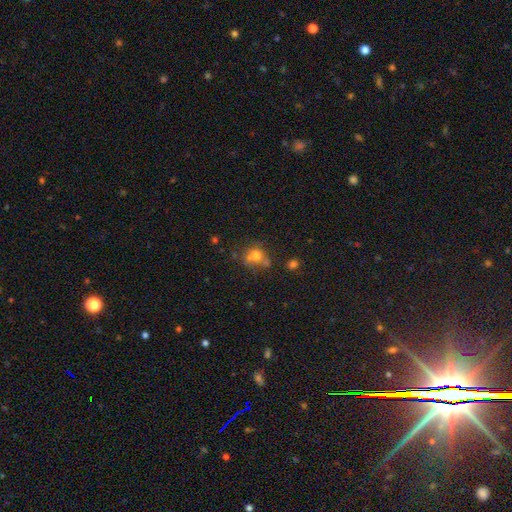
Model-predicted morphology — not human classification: Smooth or featured: smooth — 67% (featured or disk — 18%)
How rounded: round — 67% (in between — 32%)
Merging: none — 43% (merger — 26%)